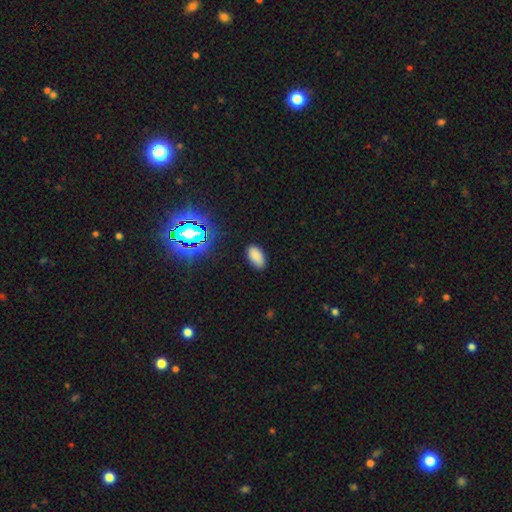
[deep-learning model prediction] A smooth galaxy with no disk features (80%) that is in between round and cigar-shaped (94%).

Vote fractions:
- Smooth or featured? smooth: 80% / star or artifact: 15% / featured or disk: 5%
- How rounded? in between: 94% / round: 4% / cigar-shaped: 2%
- Merging? none: 85% / minor disturbance: 11% / major disturbance: 3% / merger: 1%